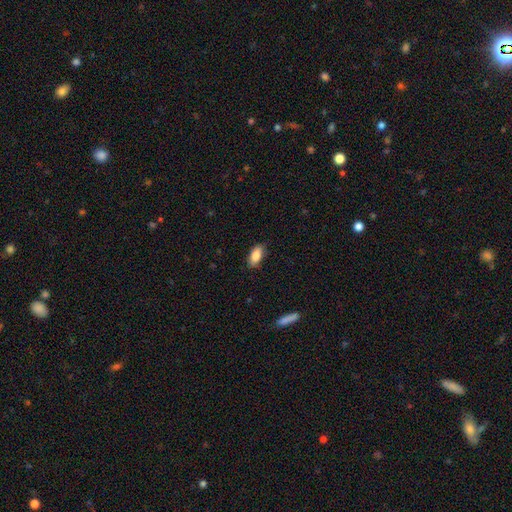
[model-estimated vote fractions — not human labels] The model was most divided on "merging": none: 83%, minor disturbance: 13%, major disturbance: 2%, merger: 1%. More confident: how rounded — in between (87%); smooth or featured — smooth (82%).